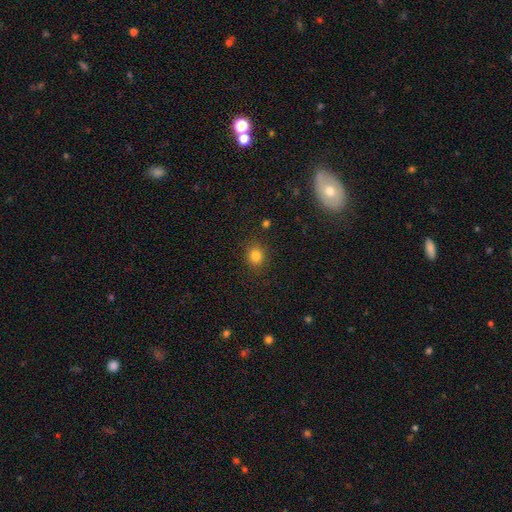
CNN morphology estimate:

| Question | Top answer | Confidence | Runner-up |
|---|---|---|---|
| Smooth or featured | smooth | 82% | star or artifact (12%) |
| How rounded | round | 75% | in between (24%) |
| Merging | none | 87% | minor disturbance (8%) |